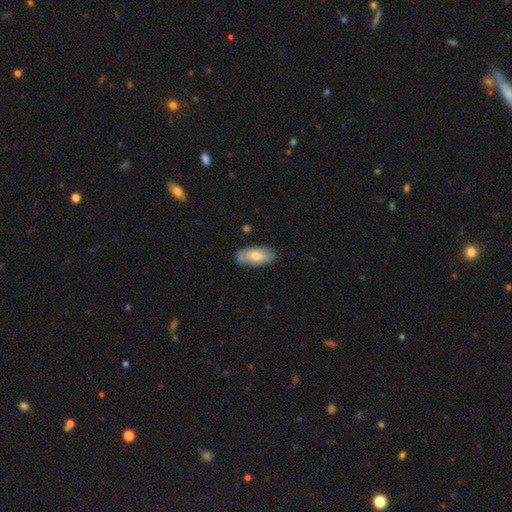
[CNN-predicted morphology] The model was most divided on "smooth or featured": smooth: 75%, featured or disk: 19%, star or artifact: 6%. More confident: how rounded — in between (91%); merging — none (78%).